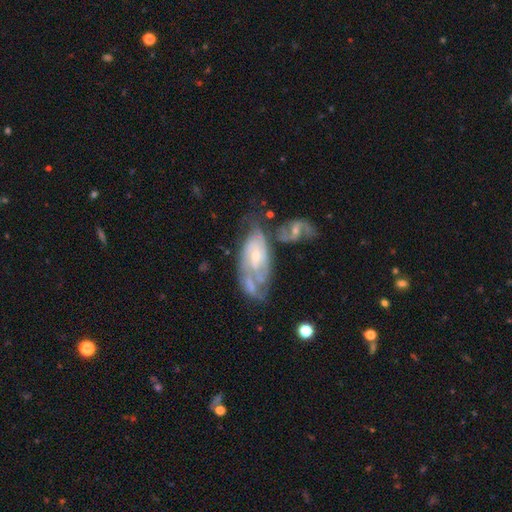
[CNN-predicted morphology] smooth-or-featured: featured or disk: 77% | smooth: 16% | star or artifact: 7%
  disk-edge-on: no: 94% | yes: 6%
    bar: no: 63% | weak: 31% | strong: 7%
    has-spiral-arms: yes: 86% | no: 14%
      spiral-winding: tight: 53% | medium: 35% | loose: 12%
      spiral-arm-count: can't tell: 44% | 2: 31% | 3: 12% | 1: 6% | 4: 4% | more than 4: 3%
    bulge-size: small: 64% | moderate: 30% | none: 3% | large: 2% | dominant: 1%
  merging: none: 32% | merger: 30% | minor disturbance: 21% | major disturbance: 17%